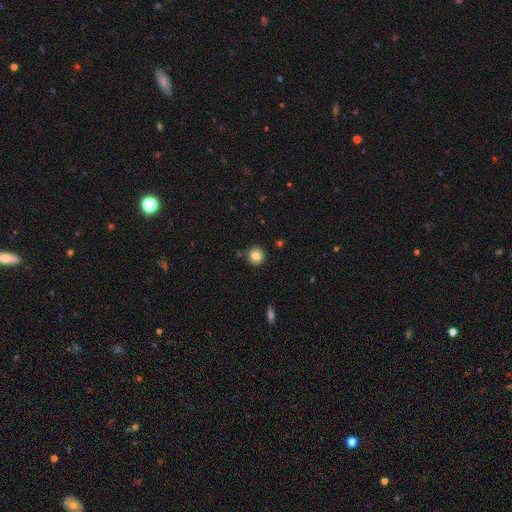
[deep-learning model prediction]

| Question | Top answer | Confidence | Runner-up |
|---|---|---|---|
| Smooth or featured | smooth | 83% | star or artifact (10%) |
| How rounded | round | 94% | in between (5%) |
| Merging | none | 88% | minor disturbance (7%) |